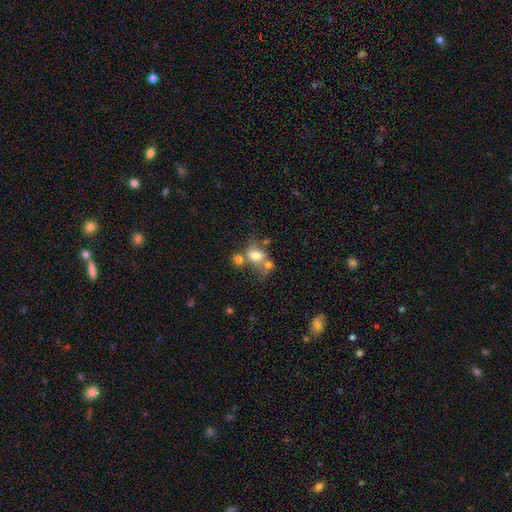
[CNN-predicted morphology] A smooth galaxy with no disk features (65%) that is in between round and cigar-shaped (65%).

Vote fractions:
- Smooth or featured? smooth: 65% / featured or disk: 23% / star or artifact: 12%
- How rounded? in between: 65% / round: 33% / cigar-shaped: 2%
- Merging? merger: 38% / none: 36% / minor disturbance: 15% / major disturbance: 11%